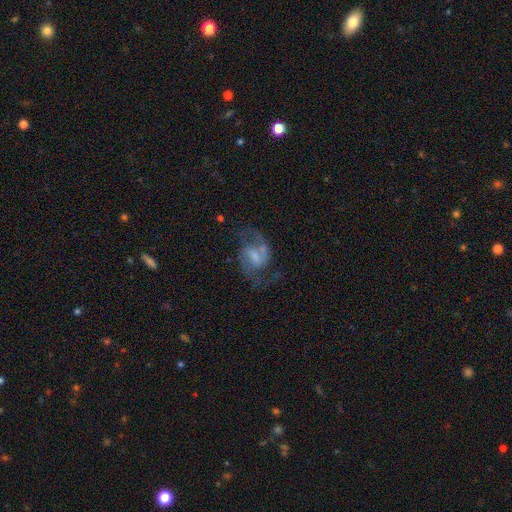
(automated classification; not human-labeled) A featured or disk galaxy (83%) with a weak bar (57%), 2 (91%) medium (53%) spiral arms (94%) and a small central bulge (40%). Merging: none (62%).